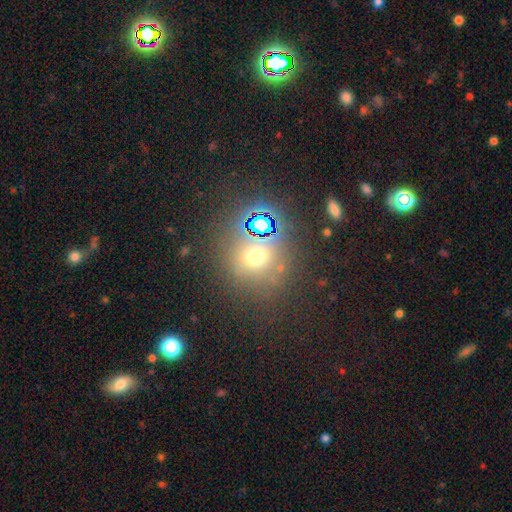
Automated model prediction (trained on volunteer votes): Morphology: type=smooth (54%); roundness=round (82%); merging=none (71%).